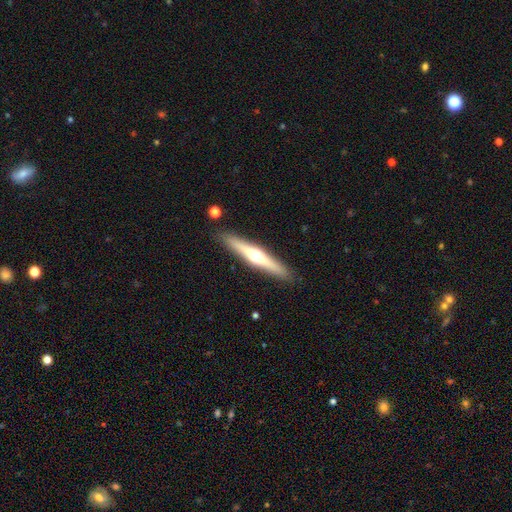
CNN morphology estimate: Smooth or featured: featured or disk — 64% (smooth — 31%)
Edge-on disk: yes — 97% (no — 3%)
Edge-on bulge: rounded — 92% (none — 5%)
Merging: none — 90% (minor disturbance — 7%)